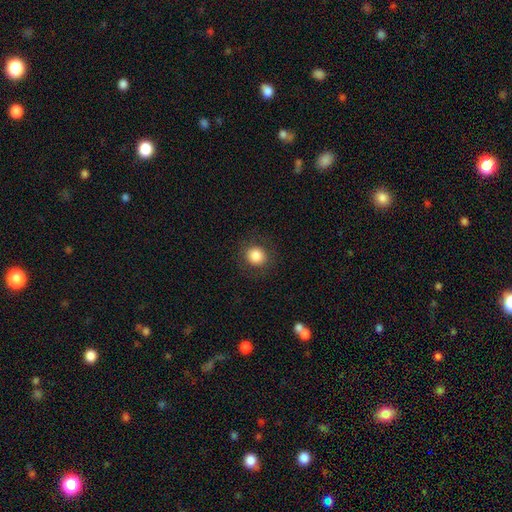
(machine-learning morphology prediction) Q: Smooth or featured?
A: smooth (84%); runner-up: star or artifact (10%)
Q: How rounded?
A: round (89%); runner-up: in between (10%)
Q: Merging?
A: none (89%); runner-up: minor disturbance (7%)